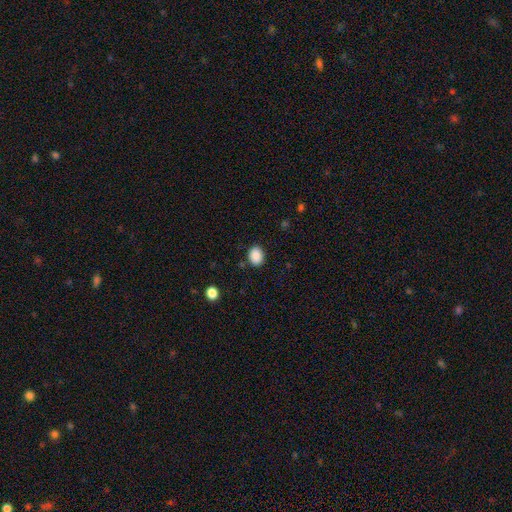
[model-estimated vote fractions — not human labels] Smooth or featured?
  - smooth: 89% *
  - star or artifact: 8%
  - featured or disk: 3%
How rounded?
  - in between: 61% *
  - round: 38%
  - cigar-shaped: 1%
Merging?
  - none: 85% *
  - minor disturbance: 10%
  - major disturbance: 3%
  - merger: 2%